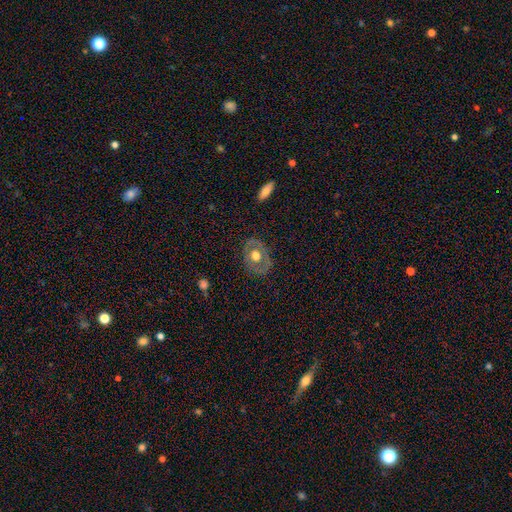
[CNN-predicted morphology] Overall: featured or disk (52%; smooth 41%). Edge-on disk: no (92%). Merging: none (78%).